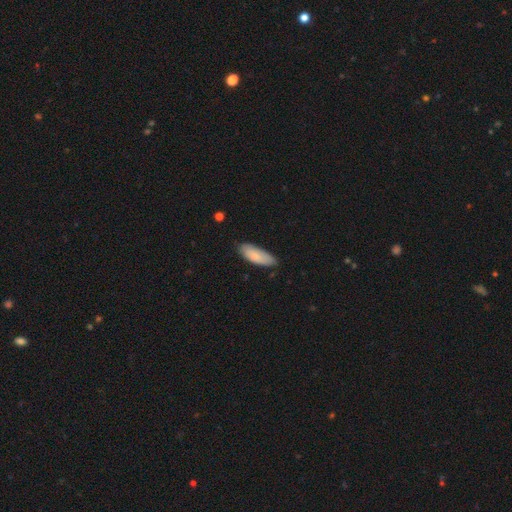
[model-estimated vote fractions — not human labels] The model was most divided on "how rounded": in between: 73%, cigar-shaped: 26%, round: 2%. More confident: smooth or featured — smooth (81%); merging — none (74%).